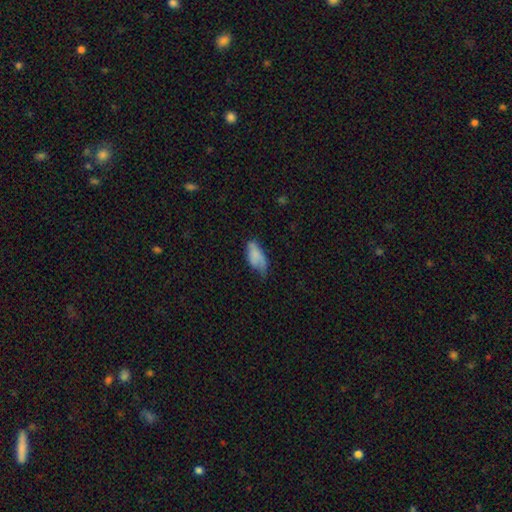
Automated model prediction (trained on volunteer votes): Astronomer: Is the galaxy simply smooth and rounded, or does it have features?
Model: smooth — 71%.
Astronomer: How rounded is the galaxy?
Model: in between — 89%.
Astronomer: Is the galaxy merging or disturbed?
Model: minor disturbance — 41% (runner-up: none, 36%).